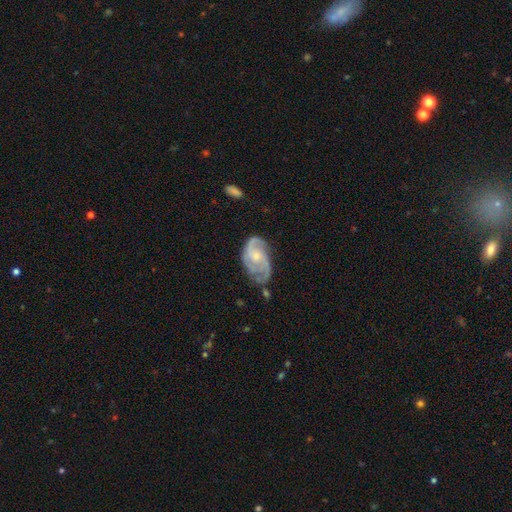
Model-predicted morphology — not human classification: A featured or disk galaxy (84%) with no bar (65%), 2 (45%) medium (46%) spiral arms (96%) and a small central bulge (53%).

Vote fractions:
- Smooth or featured? featured or disk: 84% / smooth: 11% / star or artifact: 5%
- Edge-on disk? no: 97% / yes: 3%
- Bar? no: 65% / weak: 31% / strong: 4%
- Spiral arms? yes: 96% / no: 4%
- Spiral winding? medium: 46% / tight: 40% / loose: 14%
- Spiral arm count? 2: 45% / 3: 30% / can't tell: 13% / 4: 4% / 1: 4% / more than 4: 3%
- Bulge size? small: 53% / moderate: 40% / none: 4% / large: 2% / dominant: 1%
- Merging? none: 56% / minor disturbance: 29% / major disturbance: 12% / merger: 3%